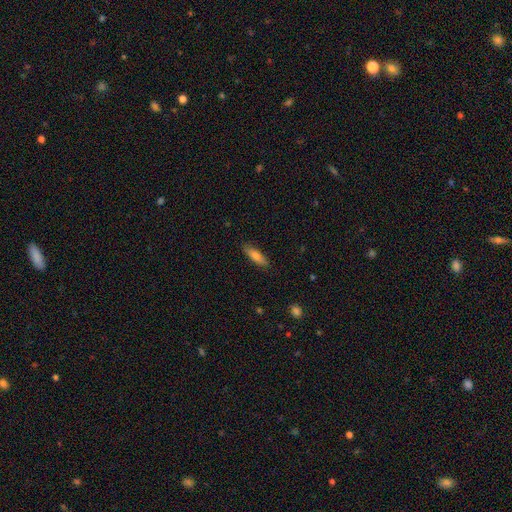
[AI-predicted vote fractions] A smooth galaxy with no disk features (73%) that is cigar-shaped (61%).

Vote fractions:
- Smooth or featured? smooth: 73% / featured or disk: 21% / star or artifact: 6%
- How rounded? cigar-shaped: 61% / in between: 37% / round: 2%
- Merging? none: 87% / minor disturbance: 10% / major disturbance: 2% / merger: 1%